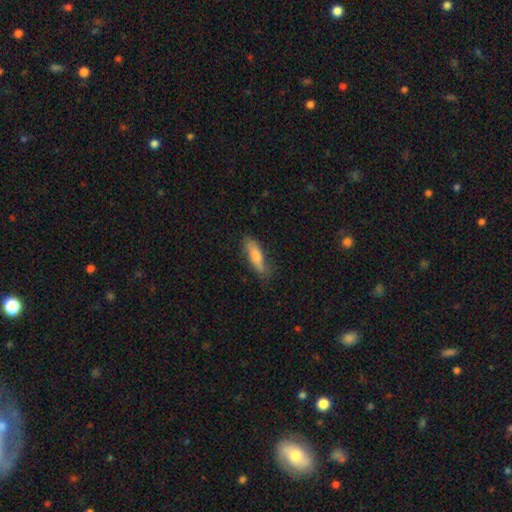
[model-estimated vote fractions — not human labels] A smooth galaxy with no disk features (63%) that is cigar-shaped (63%). Merging: none (73%).